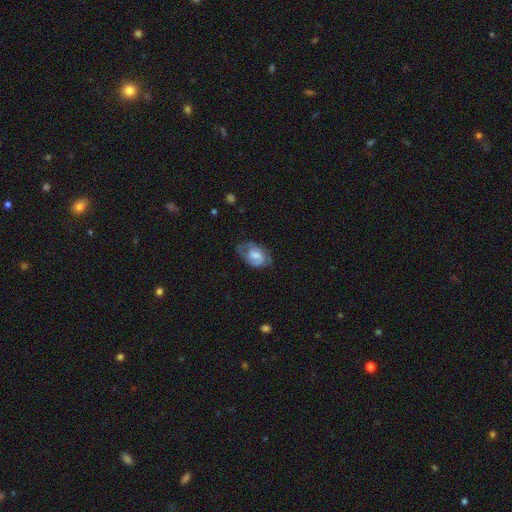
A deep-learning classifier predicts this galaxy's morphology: Smooth or featured?
  - featured or disk: 55% *
  - smooth: 38%
  - star or artifact: 7%
Edge-on disk?
  - no: 95% *
  - yes: 5%
Bar?
  - no: 46% *
  - weak: 43%
  - strong: 11%
Spiral arms?
  - yes: 77% *
  - no: 23%
Bulge size?
  - moderate: 40% *
  - small: 29%
  - none: 15%
  - large: 14%
  - dominant: 2%
Merging?
  - none: 53% *
  - minor disturbance: 30%
  - major disturbance: 16%
  - merger: 2%